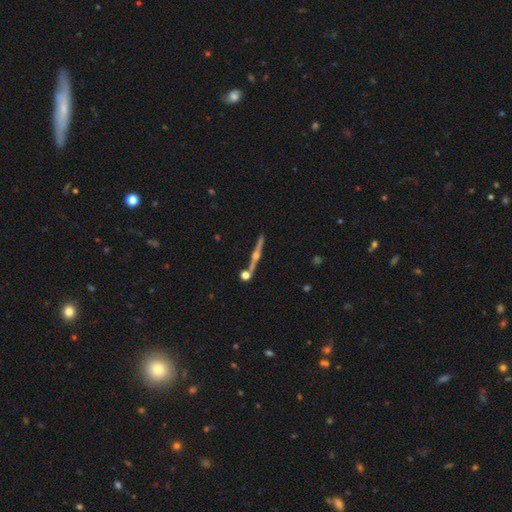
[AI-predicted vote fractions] smooth-or-featured: featured or disk: 76% | smooth: 15% | star or artifact: 9%
  disk-edge-on: yes: 95% | no: 5%
    edge-on-bulge: rounded: 88% | none: 7% | boxy: 5%
  merging: none: 76% | merger: 10% | minor disturbance: 10% | major disturbance: 4%